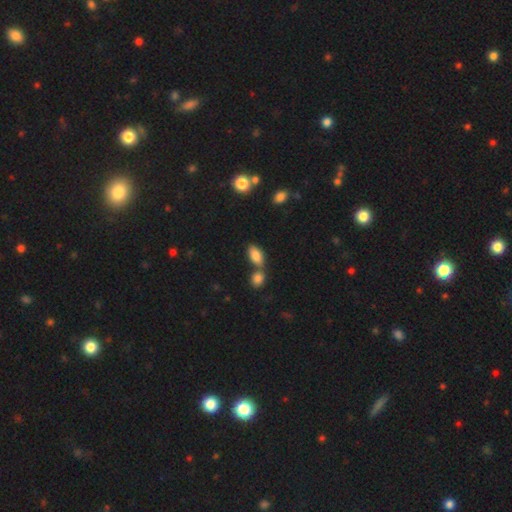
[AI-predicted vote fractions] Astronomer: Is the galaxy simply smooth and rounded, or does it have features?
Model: smooth — 83%.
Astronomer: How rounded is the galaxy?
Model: in between — 89%.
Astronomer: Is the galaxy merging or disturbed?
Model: none — 53% (runner-up: merger, 32%).